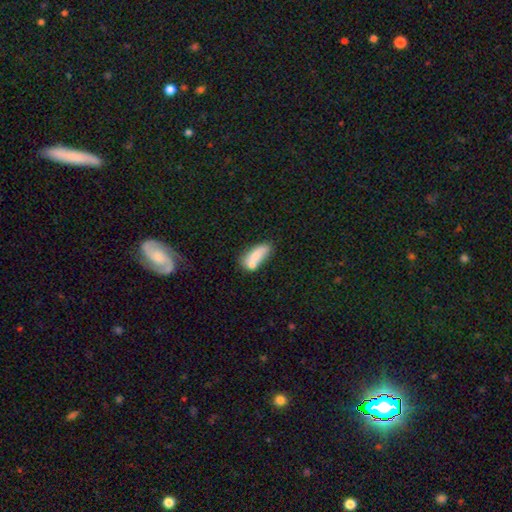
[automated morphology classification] Smooth or featured: smooth — 73% (featured or disk — 19%)
How rounded: in between — 75% (cigar-shaped — 21%)
Merging: none — 38% (merger — 32%)